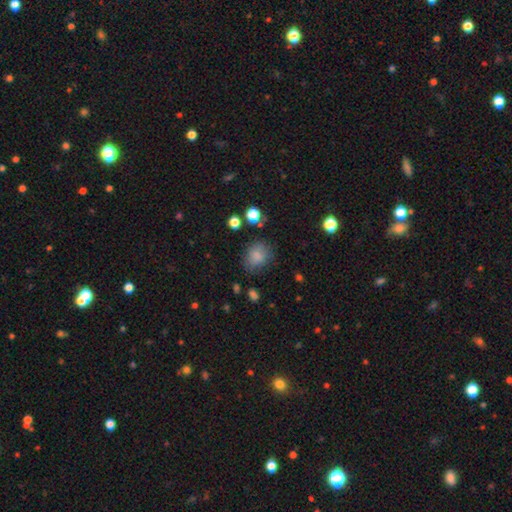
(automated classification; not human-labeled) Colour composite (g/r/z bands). It shows a smooth galaxy with no disk features (81%) that is round (61%). Merging: none (70%).